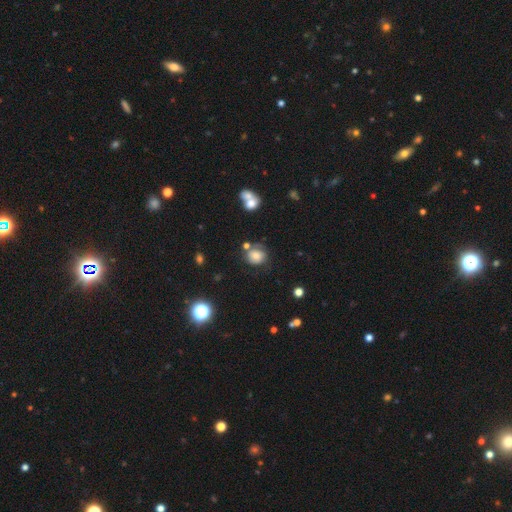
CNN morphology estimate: smooth 65%, featured or disk 22%, star or artifact 12%. Down the decision tree: how rounded — round (71%); merging — none (54%).